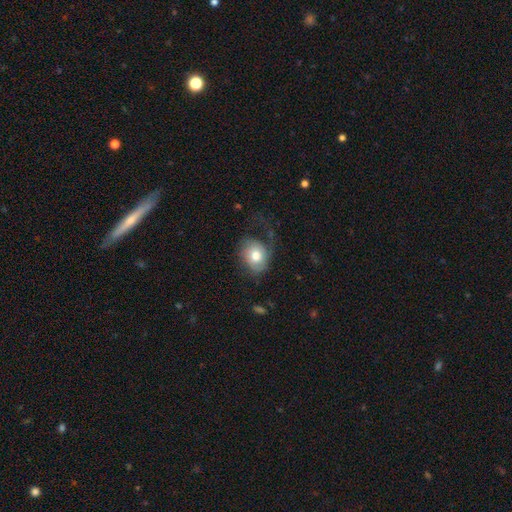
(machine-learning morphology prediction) Q: Smooth or featured?
A: smooth (68%); runner-up: featured or disk (24%)
Q: How rounded?
A: round (55%); runner-up: in between (44%)
Q: Merging?
A: none (46%); runner-up: major disturbance (27%)